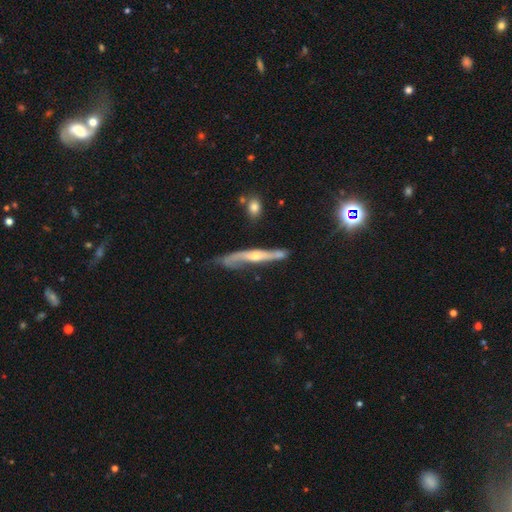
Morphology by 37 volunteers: type=featured or disk (89%); edge-on=yes (73%); edge-on bulge=rounded (92%); merging=none (43%).